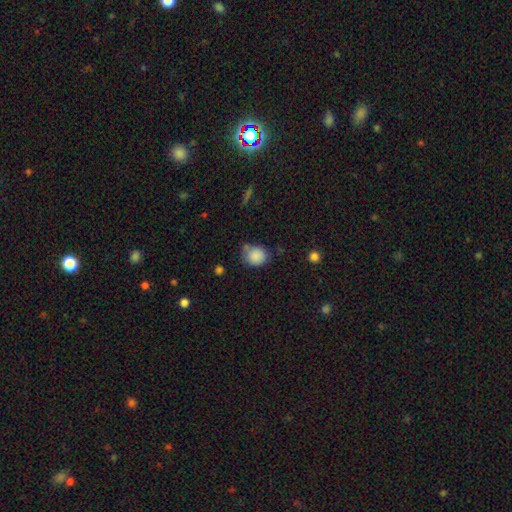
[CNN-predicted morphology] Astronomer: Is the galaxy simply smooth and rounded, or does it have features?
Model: smooth — 86%.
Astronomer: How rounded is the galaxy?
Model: round — 75%.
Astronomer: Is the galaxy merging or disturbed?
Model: none — 61%.